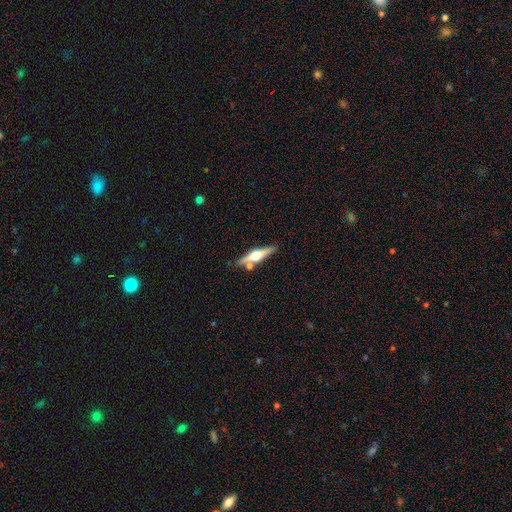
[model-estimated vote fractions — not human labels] The model was most divided on "smooth or featured": featured or disk: 72%, smooth: 22%, star or artifact: 5%. More confident: edge-on disk — yes (97%); edge-on bulge — rounded (95%); merging — none (80%).